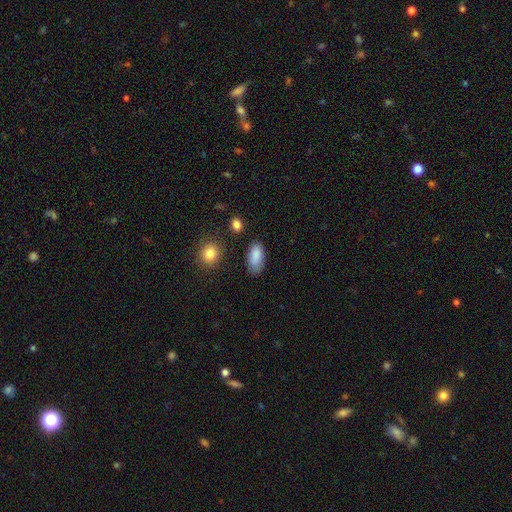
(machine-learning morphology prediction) Overall: smooth (87%). How rounded: in between (92%). Merging: none (77%).